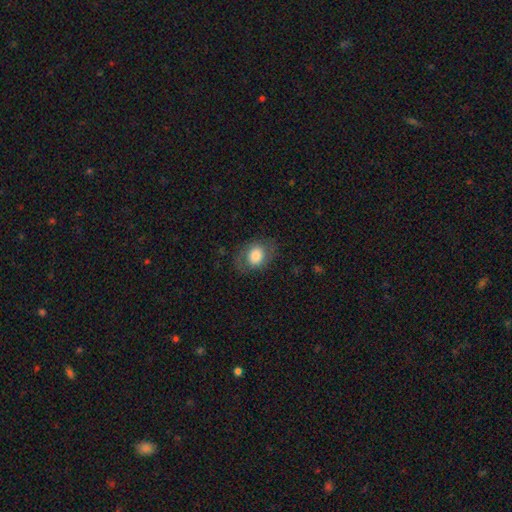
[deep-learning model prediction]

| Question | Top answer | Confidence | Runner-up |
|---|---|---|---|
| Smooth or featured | smooth | 72% | featured or disk (20%) |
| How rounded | in between | 54% | round (44%) |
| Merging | none | 73% | minor disturbance (16%) |